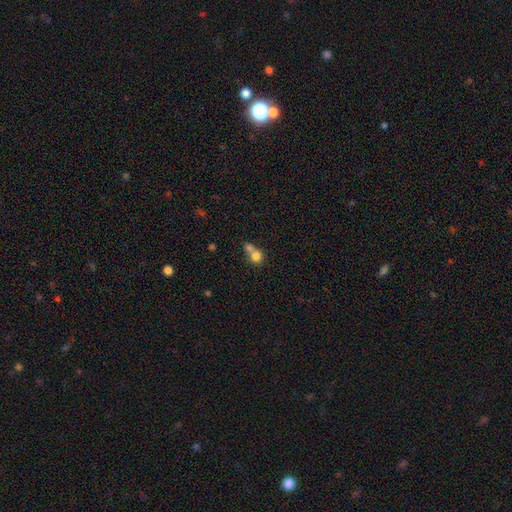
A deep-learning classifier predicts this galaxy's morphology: A smooth galaxy with no disk features (78%) that is round (82%).

Vote fractions:
- Smooth or featured? smooth: 78% / featured or disk: 12% / star or artifact: 11%
- How rounded? round: 82% / in between: 17% / cigar-shaped: 1%
- Merging? merger: 57% / none: 33% / minor disturbance: 6% / major disturbance: 3%